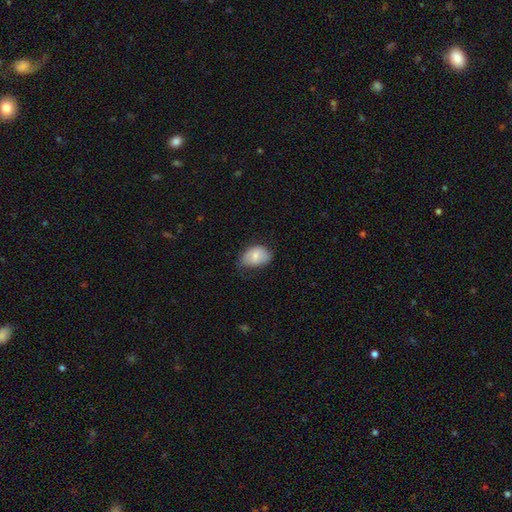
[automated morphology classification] type=smooth (76%); roundness=in between (82%); merging=none (50%).